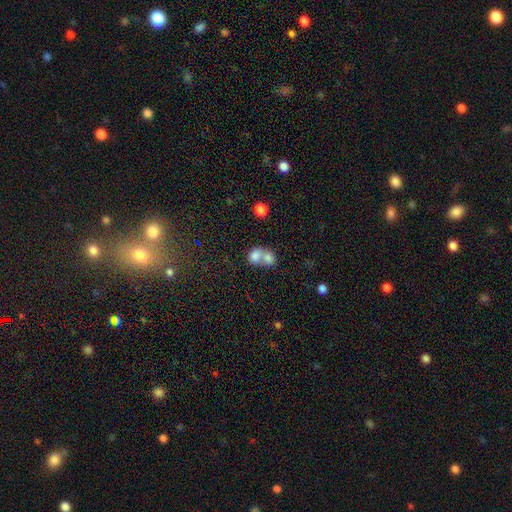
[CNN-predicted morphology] Smooth or featured: smooth — 76% (featured or disk — 14%)
How rounded: round — 53% (in between — 45%)
Merging: merger — 74% (none — 18%)